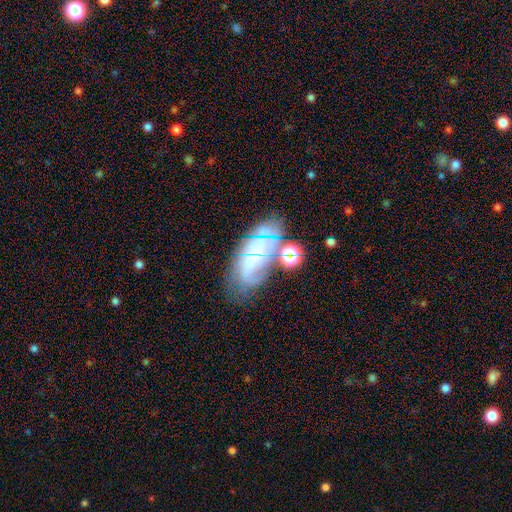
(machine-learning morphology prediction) type=featured or disk (51%); edge-on=no (92%); merging=none (44%).